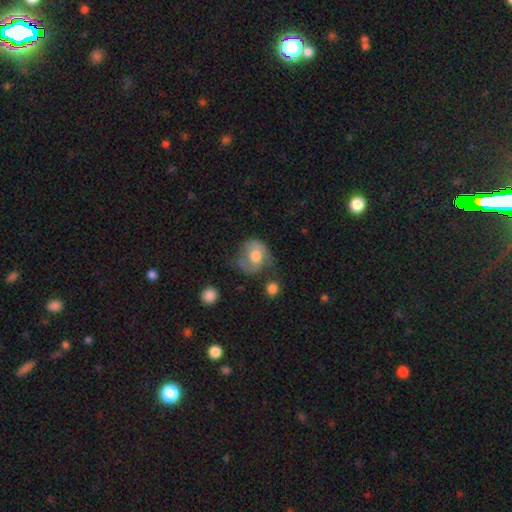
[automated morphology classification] A featured or disk galaxy (52%).

Vote fractions:
- Smooth or featured? featured or disk: 52% / smooth: 41% / star or artifact: 7%
- Edge-on disk? no: 97% / yes: 3%
- Merging? none: 43% / minor disturbance: 30% / major disturbance: 22% / merger: 5%